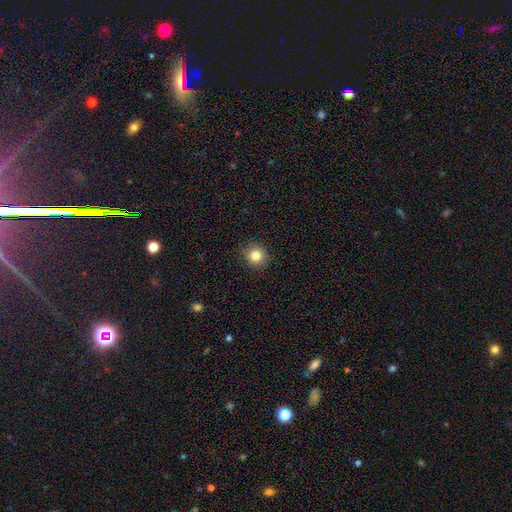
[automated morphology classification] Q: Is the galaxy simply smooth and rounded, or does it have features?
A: smooth — 83%.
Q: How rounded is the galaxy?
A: round — 91%.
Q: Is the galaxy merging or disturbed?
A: none — 91%.